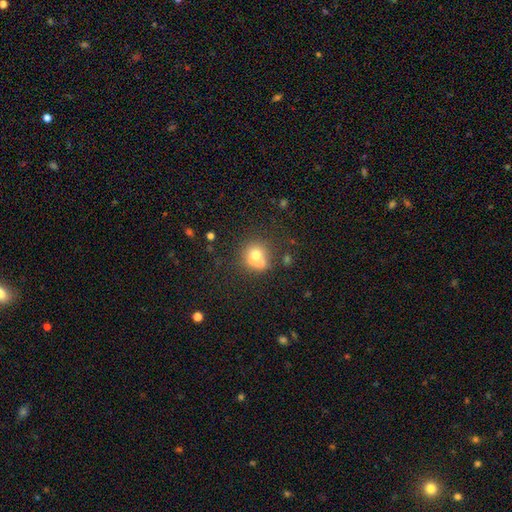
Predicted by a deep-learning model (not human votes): Smooth or featured? Predicted: smooth (p=0.70). How rounded? Predicted: round (p=0.80). Merging? Predicted: none (p=0.47).